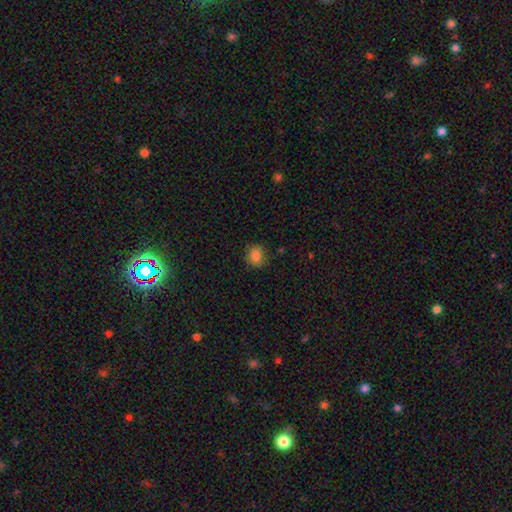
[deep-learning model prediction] Smooth or featured?
  - smooth: 85% *
  - star or artifact: 11%
  - featured or disk: 4%
How rounded?
  - round: 69% *
  - in between: 30%
  - cigar-shaped: 1%
Merging?
  - none: 83% *
  - minor disturbance: 13%
  - major disturbance: 3%
  - merger: 1%